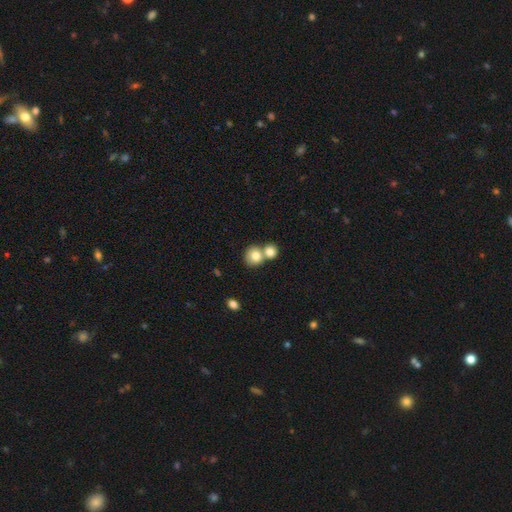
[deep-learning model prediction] smooth-or-featured: smooth: 78% | featured or disk: 13% | star or artifact: 9%
  how-rounded: round: 79% | in between: 20% | cigar-shaped: 1%
  merging: merger: 54% | none: 37% | minor disturbance: 7% | major disturbance: 3%